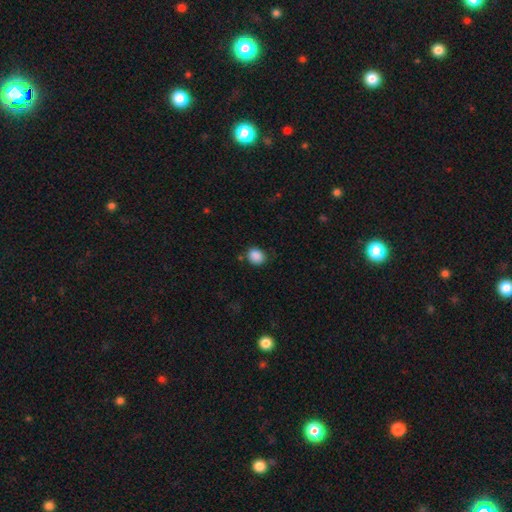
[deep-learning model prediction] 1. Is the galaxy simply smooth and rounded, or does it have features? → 88% smooth, 9% star or artifact, 3% featured or disk.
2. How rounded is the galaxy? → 69% round, 30% in between, 1% cigar-shaped.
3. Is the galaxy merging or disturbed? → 78% none, 15% minor disturbance, 4% major disturbance, 3% merger.